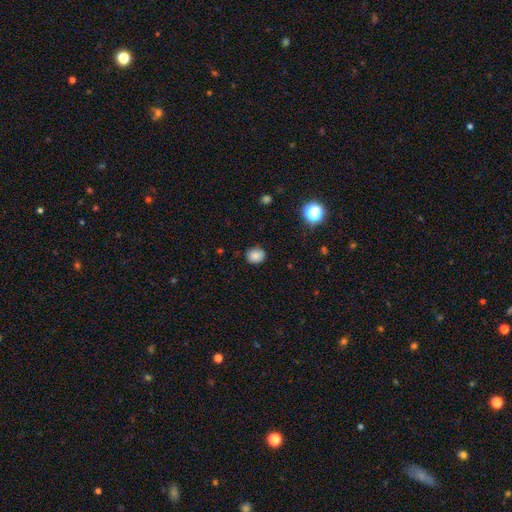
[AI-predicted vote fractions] A smooth galaxy with no disk features (83%) that is round (71%).

Vote fractions:
- Smooth or featured? smooth: 83% / star or artifact: 11% / featured or disk: 6%
- How rounded? round: 71% / in between: 28% / cigar-shaped: 1%
- Merging? none: 81% / minor disturbance: 15% / major disturbance: 3% / merger: 1%